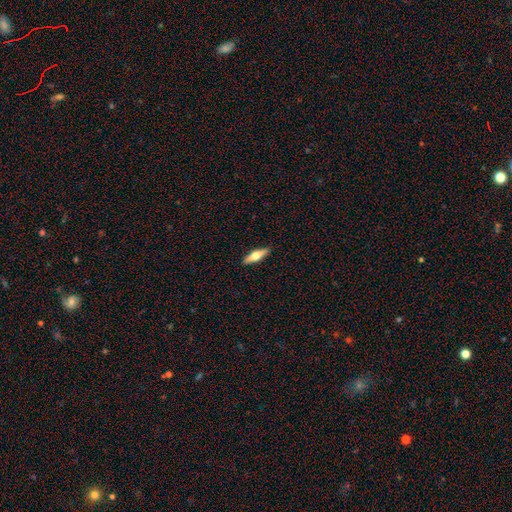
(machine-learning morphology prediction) smooth 49%, featured or disk 45%, star or artifact 6%. Down the decision tree: merging — none (90%).